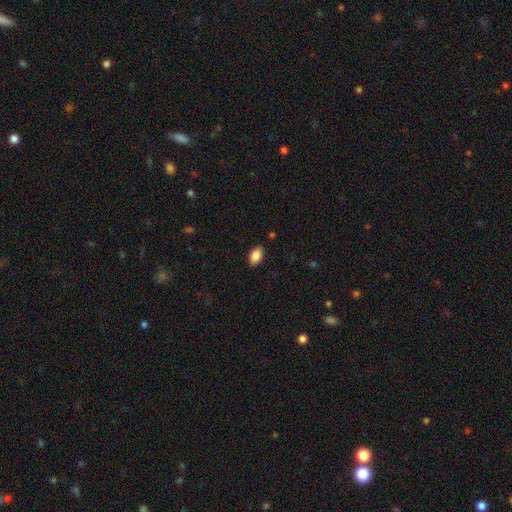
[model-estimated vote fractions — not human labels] Smooth or featured?
  - smooth: 87% *
  - star or artifact: 8%
  - featured or disk: 6%
How rounded?
  - in between: 92% *
  - round: 6%
  - cigar-shaped: 2%
Merging?
  - none: 88% *
  - minor disturbance: 9%
  - major disturbance: 2%
  - merger: 1%